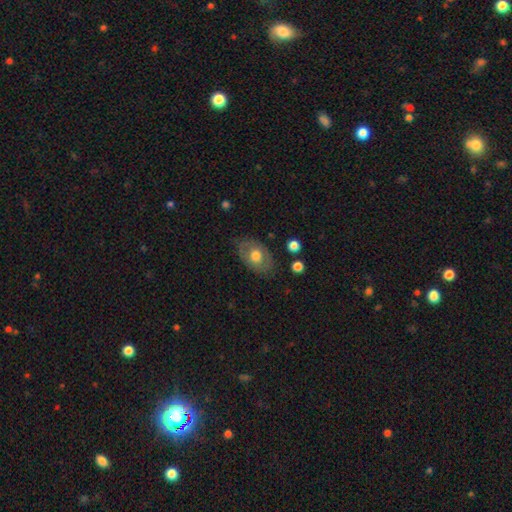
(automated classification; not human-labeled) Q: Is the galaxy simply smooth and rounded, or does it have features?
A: smooth — 56%.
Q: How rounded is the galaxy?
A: in between — 81%.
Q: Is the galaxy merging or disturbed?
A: none — 76%.